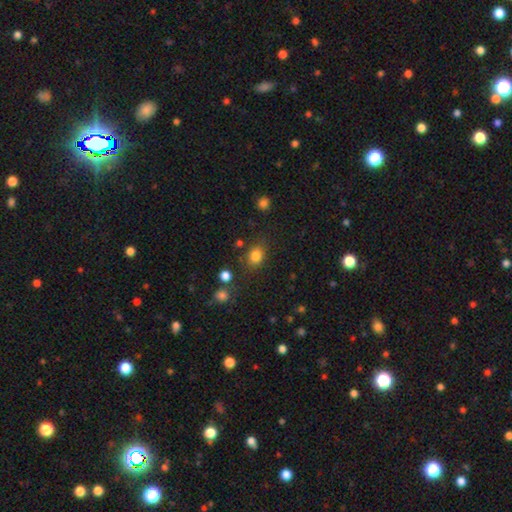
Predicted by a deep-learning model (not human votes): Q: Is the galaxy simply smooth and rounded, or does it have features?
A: smooth — 82%.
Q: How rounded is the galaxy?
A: in between — 53%.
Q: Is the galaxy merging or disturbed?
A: none — 76%.